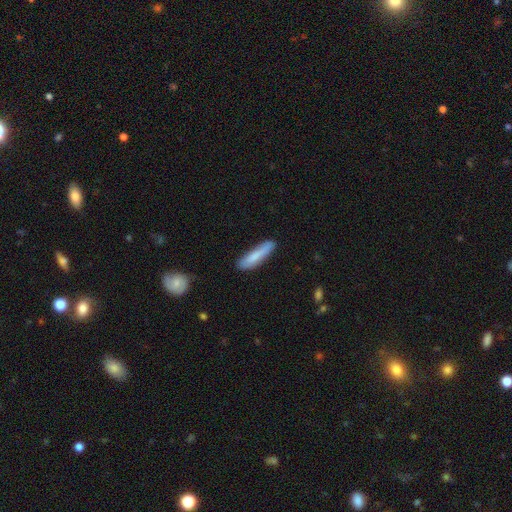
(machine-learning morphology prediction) Q: Smooth or featured?
A: smooth (79%); runner-up: featured or disk (15%)
Q: How rounded?
A: cigar-shaped (80%); runner-up: in between (18%)
Q: Merging?
A: none (75%); runner-up: minor disturbance (19%)